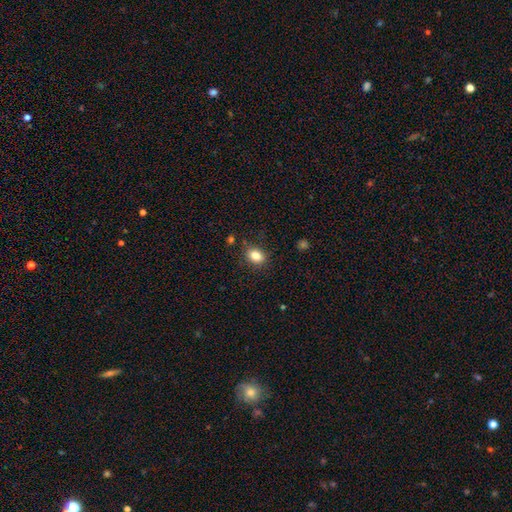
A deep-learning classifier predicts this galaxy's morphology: Smooth or featured? Predicted: smooth (p=0.84). How rounded? Predicted: in between (p=0.72). Merging? Predicted: none (p=0.83).